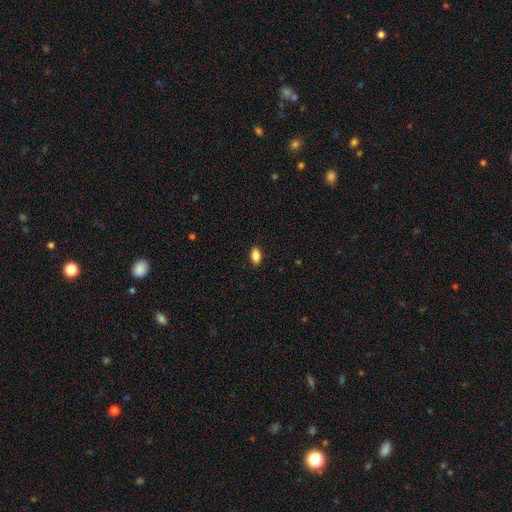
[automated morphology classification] This is clearly a smooth galaxy (87%). How rounded: clearly in between (90%). Merging: clearly none (87%).